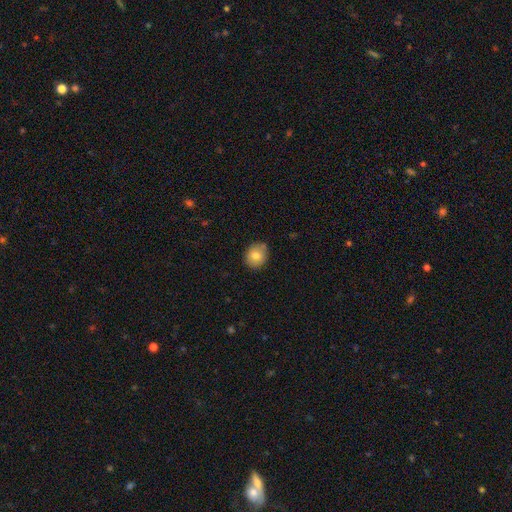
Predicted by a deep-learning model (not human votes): smooth_or_featured: smooth (p=0.79) [alt: featured or disk p=0.12]
how_rounded: round (p=0.70) [alt: in between p=0.29]
merging: none (p=0.80) [alt: minor disturbance p=0.15]